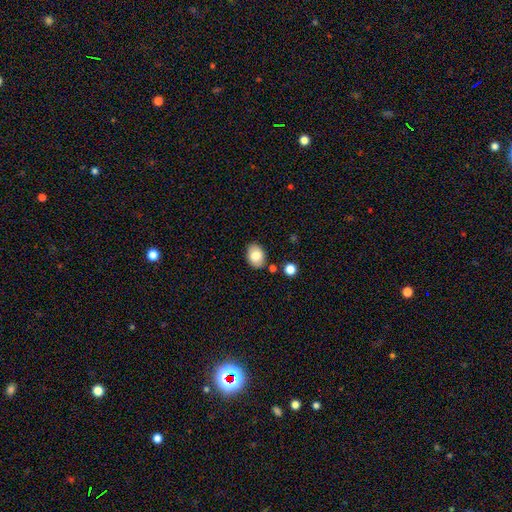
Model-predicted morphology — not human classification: Smooth or featured?
  - smooth: 82% *
  - featured or disk: 10%
  - star or artifact: 7%
How rounded?
  - in between: 79% *
  - round: 20%
  - cigar-shaped: 1%
Merging?
  - none: 83% *
  - minor disturbance: 11%
  - merger: 4%
  - major disturbance: 2%